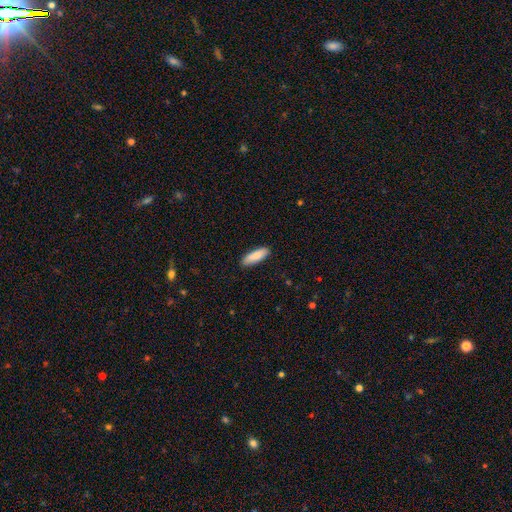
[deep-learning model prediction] This is clearly a smooth galaxy (87%). How rounded: possibly in between (54%). Merging: clearly none (89%).